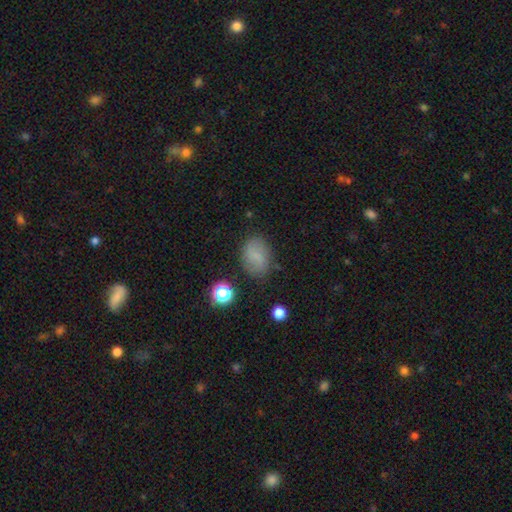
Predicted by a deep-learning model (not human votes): Smooth or featured? smooth (72%)
How rounded? in between (70%)
Merging? none (79%)